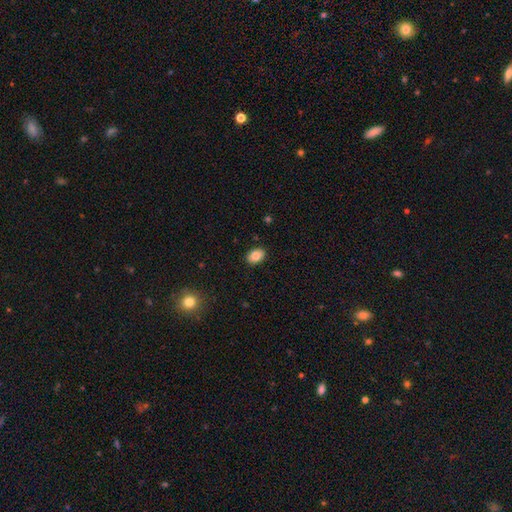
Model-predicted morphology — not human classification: type=smooth (86%); roundness=in between (83%); merging=none (89%).